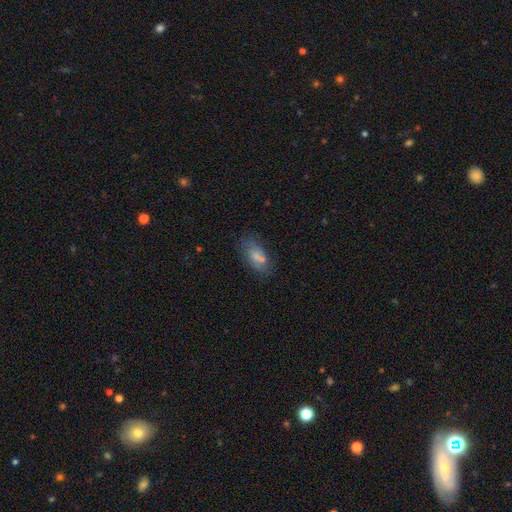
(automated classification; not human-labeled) Overall: smooth (57%; featured or disk 27%). How rounded: in between (82%). Merging: none (66%).